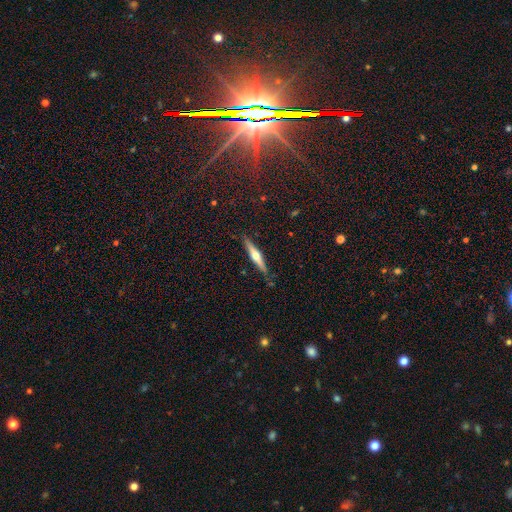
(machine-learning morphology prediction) smooth_or_featured: featured or disk (p=0.65) [alt: smooth p=0.29]
disk_edge_on: yes (p=0.96) [alt: no p=0.04]
edge_on_bulge: rounded (p=0.91) [alt: none p=0.06]
merging: none (p=0.87) [alt: minor disturbance p=0.10]